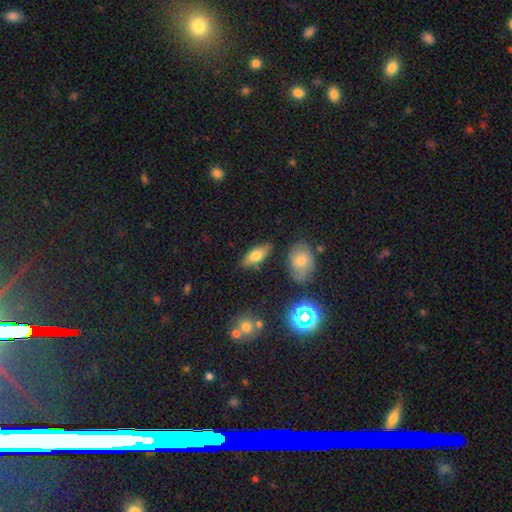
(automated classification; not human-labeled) smooth_or_featured: smooth (p=0.67) [alt: featured or disk p=0.24]
how_rounded: in between (p=0.75) [alt: cigar-shaped p=0.21]
merging: none (p=0.80) [alt: minor disturbance p=0.13]